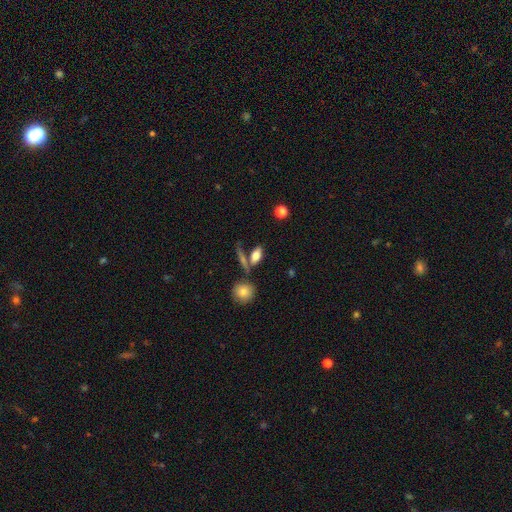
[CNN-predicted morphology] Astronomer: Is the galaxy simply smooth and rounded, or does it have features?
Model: smooth — 74%.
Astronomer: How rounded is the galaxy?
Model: in between — 76%.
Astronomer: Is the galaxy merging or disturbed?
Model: none — 62%.